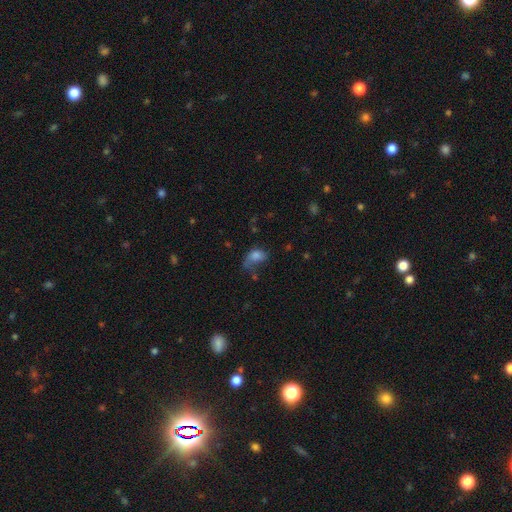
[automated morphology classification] Q: Smooth or featured?
A: smooth (74%); runner-up: featured or disk (14%)
Q: How rounded?
A: in between (81%); runner-up: round (17%)
Q: Merging?
A: major disturbance (35%); runner-up: minor disturbance (29%)